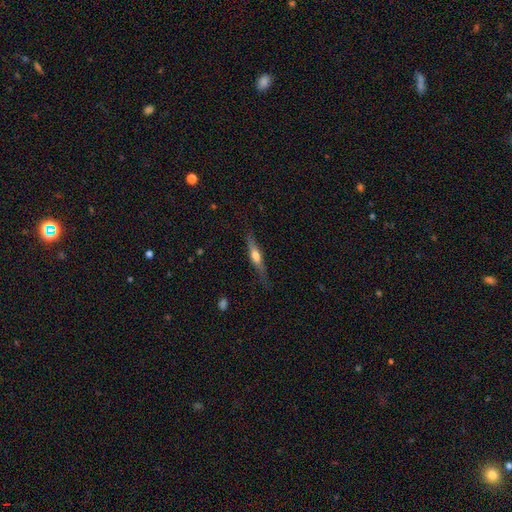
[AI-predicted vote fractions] smooth-or-featured: featured or disk: 57% | smooth: 37% | star or artifact: 6%
  disk-edge-on: yes: 94% | no: 6%
    edge-on-bulge: rounded: 87% | boxy: 7% | none: 6%
  merging: none: 78% | minor disturbance: 17% | major disturbance: 4% | merger: 1%